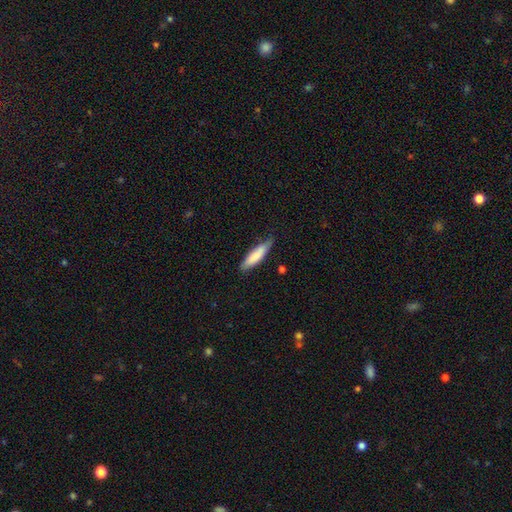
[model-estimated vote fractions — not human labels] This appears to be a smooth galaxy with no disk features (80%) that is cigar-shaped (70%). Merging: none (70%).